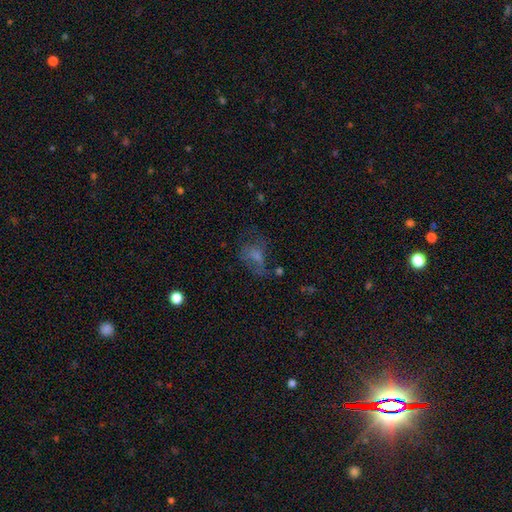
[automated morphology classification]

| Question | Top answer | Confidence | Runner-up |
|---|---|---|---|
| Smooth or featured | smooth | 51% | featured or disk (30%) |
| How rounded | in between | 75% | round (20%) |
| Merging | major disturbance | 40% | none (33%) |